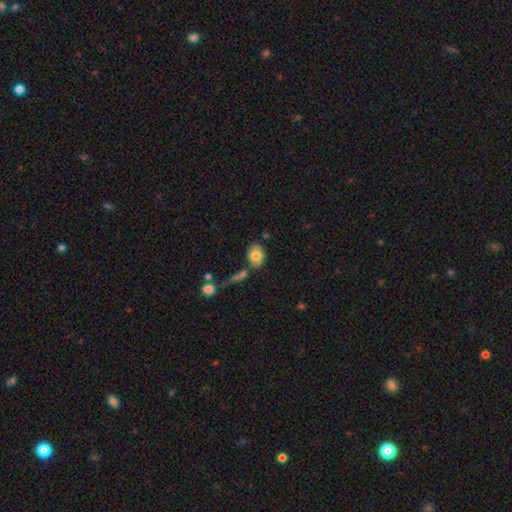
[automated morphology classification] Smooth or featured? smooth (78%)
How rounded? in between (78%)
Merging? none (71%)